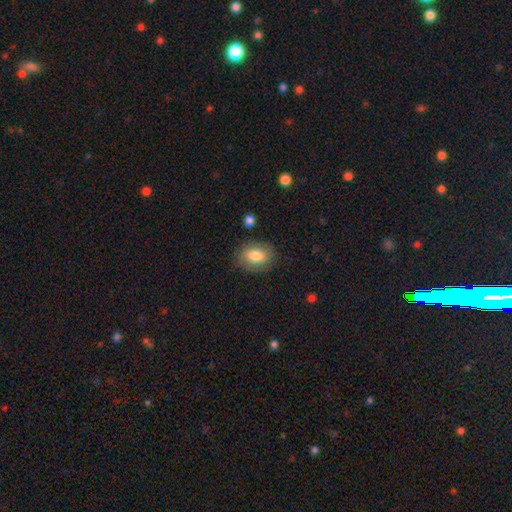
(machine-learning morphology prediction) smooth 80%, featured or disk 13%, star or artifact 7%. Down the decision tree: how rounded — in between (71%); merging — none (81%).